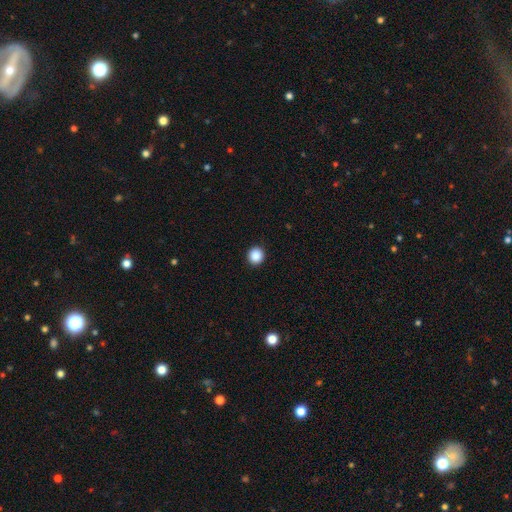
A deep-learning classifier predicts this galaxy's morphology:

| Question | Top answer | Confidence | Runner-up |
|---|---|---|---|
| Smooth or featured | smooth | 89% | star or artifact (9%) |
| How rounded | round | 92% | in between (7%) |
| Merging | none | 93% | minor disturbance (5%) |